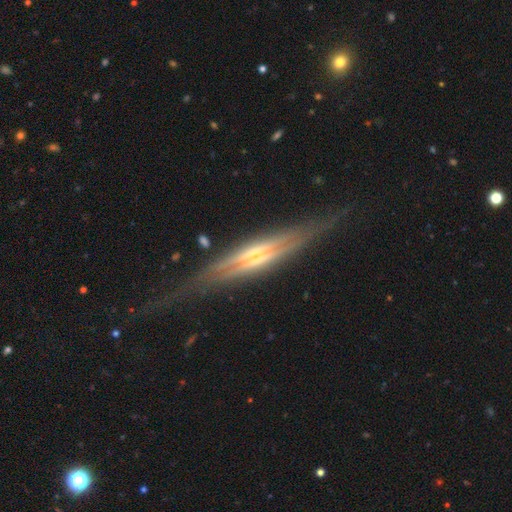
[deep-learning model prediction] Smooth or featured? Predicted: featured or disk (p=0.86). Edge-on disk? Predicted: yes (p=0.94). Edge-on bulge? Predicted: rounded (p=0.80). Merging? Predicted: none (p=0.75).